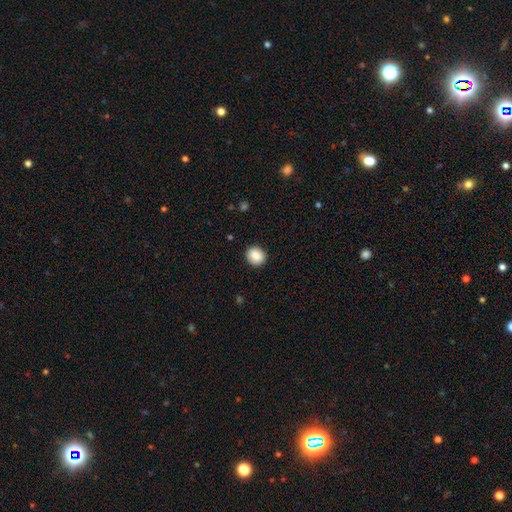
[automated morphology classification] smooth-or-featured: smooth: 89% | star or artifact: 8% | featured or disk: 3%
  how-rounded: round: 72% | in between: 27% | cigar-shaped: 1%
  merging: none: 90% | minor disturbance: 7% | major disturbance: 2% | merger: 1%